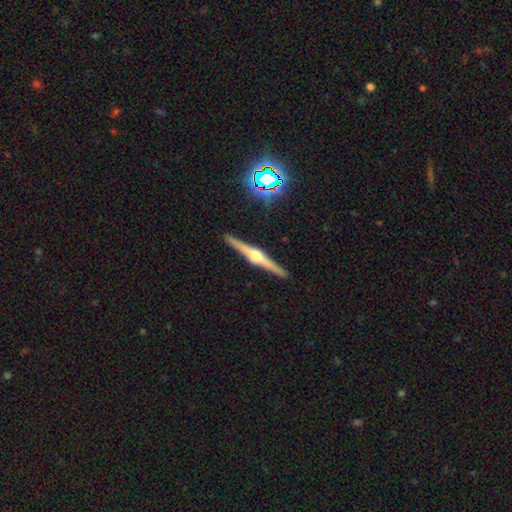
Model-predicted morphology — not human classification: Smooth or featured?
  - featured or disk: 85% *
  - smooth: 9%
  - star or artifact: 6%
Edge-on disk?
  - yes: 99% *
  - no: 1%
Edge-on bulge?
  - rounded: 94% *
  - boxy: 4%
  - none: 2%
Merging?
  - none: 92% *
  - minor disturbance: 5%
  - major disturbance: 1%
  - merger: 1%